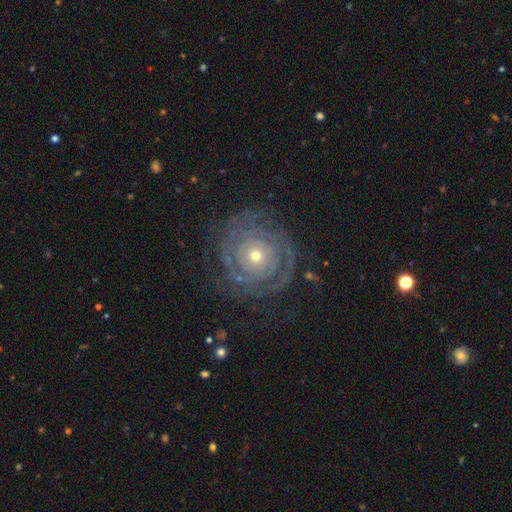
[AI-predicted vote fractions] Smooth or featured?
  - featured or disk: 81% *
  - smooth: 12%
  - star or artifact: 7%
Edge-on disk?
  - no: 97% *
  - yes: 3%
Bar?
  - no: 85% *
  - weak: 12%
  - strong: 4%
Spiral arms?
  - yes: 88% *
  - no: 12%
Spiral winding?
  - tight: 81% *
  - medium: 14%
  - loose: 5%
Spiral arm count?
  - can't tell: 40% *
  - 2: 22%
  - 3: 13%
  - 4: 9%
  - more than 4: 8%
  - 1: 7%
Bulge size?
  - small: 62% *
  - moderate: 34%
  - large: 2%
  - dominant: 1%
  - none: 1%
Merging?
  - none: 73% *
  - minor disturbance: 15%
  - major disturbance: 11%
  - merger: 1%